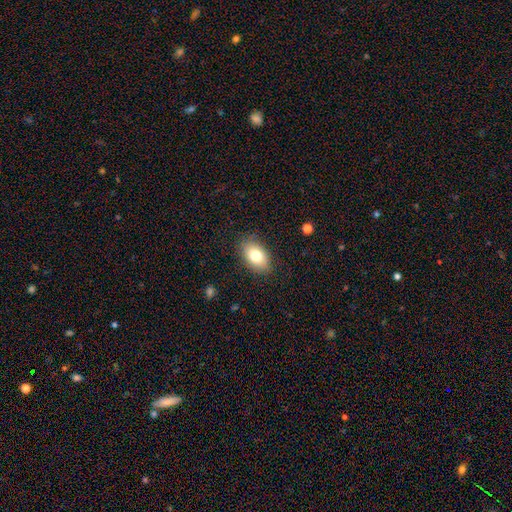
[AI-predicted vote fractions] Smooth or featured? Predicted: smooth (p=0.78). How rounded? Predicted: in between (p=0.89). Merging? Predicted: none (p=0.86).